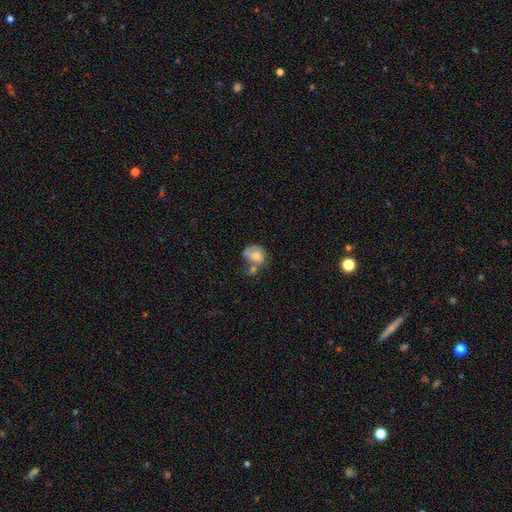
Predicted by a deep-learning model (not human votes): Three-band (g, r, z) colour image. It shows a smooth galaxy with no disk features (64%) that is in between round and cigar-shaped (53%). Merging: merger (33%).